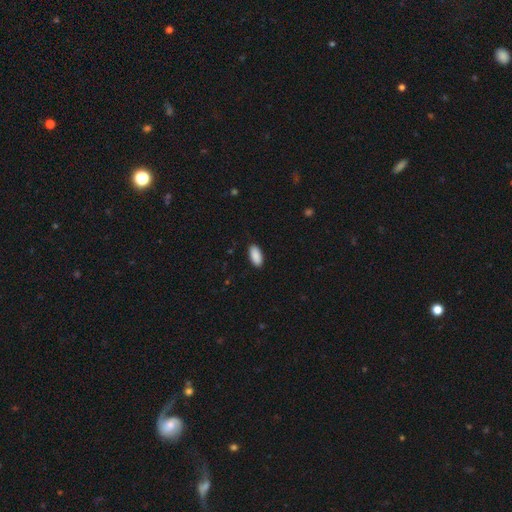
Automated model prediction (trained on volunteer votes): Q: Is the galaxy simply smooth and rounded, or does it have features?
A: smooth — 91%.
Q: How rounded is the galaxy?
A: in between — 92%.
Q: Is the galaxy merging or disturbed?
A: none — 90%.